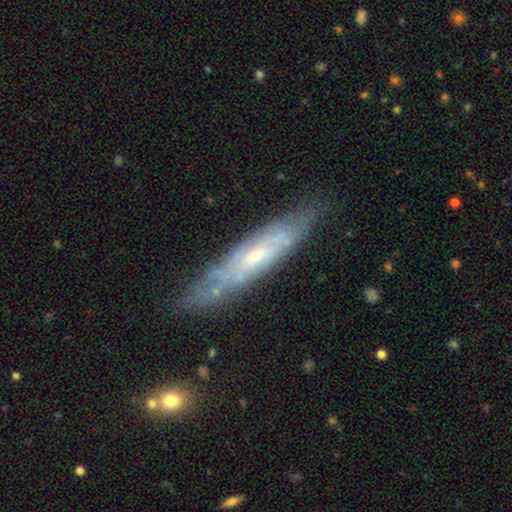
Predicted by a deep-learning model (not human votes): This appears to be a featured or disk galaxy (69%). Merging: none (73%).